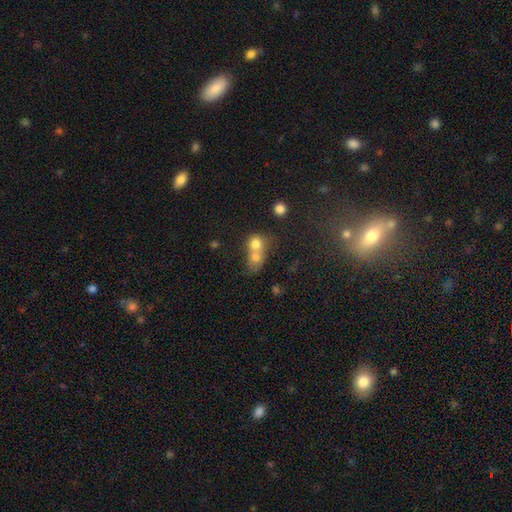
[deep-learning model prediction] This appears to be a smooth galaxy with no disk features (65%) that is round (68%). Merging: merger (66%).